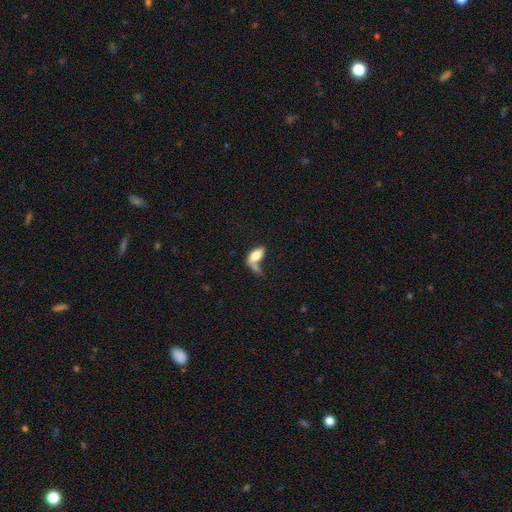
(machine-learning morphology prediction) A smooth galaxy with no disk features (67%) that is in between round and cigar-shaped (80%). Merging: merger (34%).